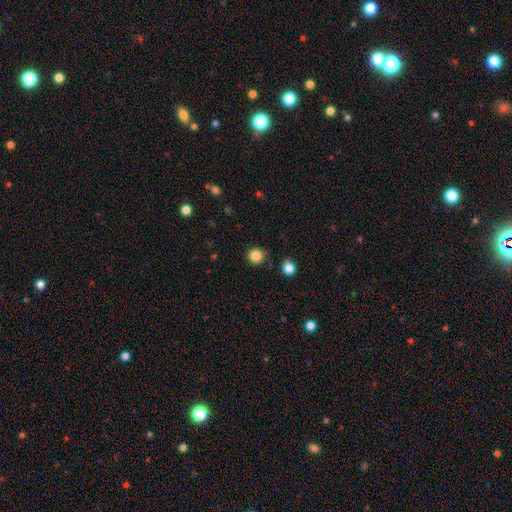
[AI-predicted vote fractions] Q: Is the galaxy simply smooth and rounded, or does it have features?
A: smooth — 85%.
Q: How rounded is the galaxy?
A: round — 94%.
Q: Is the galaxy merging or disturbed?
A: none — 88%.